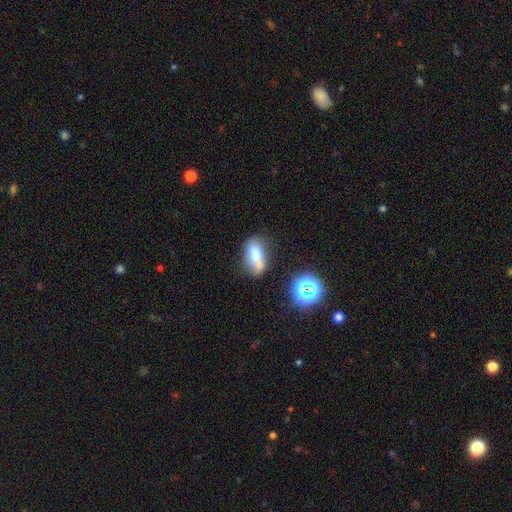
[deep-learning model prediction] A smooth galaxy with no disk features (69%) that is in between round and cigar-shaped (82%).

Vote fractions:
- Smooth or featured? smooth: 69% / featured or disk: 18% / star or artifact: 13%
- How rounded? in between: 82% / cigar-shaped: 11% / round: 7%
- Merging? none: 52% / minor disturbance: 23% / merger: 16% / major disturbance: 9%